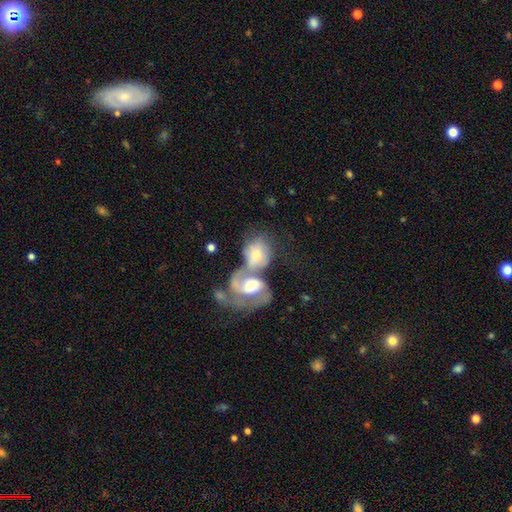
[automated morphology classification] The model was most divided on "spiral winding": medium: 43%, tight: 32%, loose: 24%. More confident: edge-on disk — no (96%); spiral arms — yes (83%); merging — merger (76%); smooth or featured — featured or disk (66%); bulge size — moderate (60%); spiral arm count — 2 (59%); bar — no (56%).